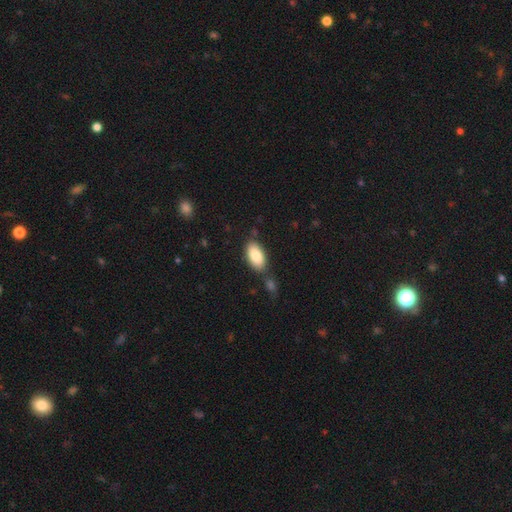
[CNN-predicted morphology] The model was most divided on "merging": none: 72%, minor disturbance: 14%, merger: 10%, major disturbance: 4%. More confident: how rounded — in between (94%); smooth or featured — smooth (85%).